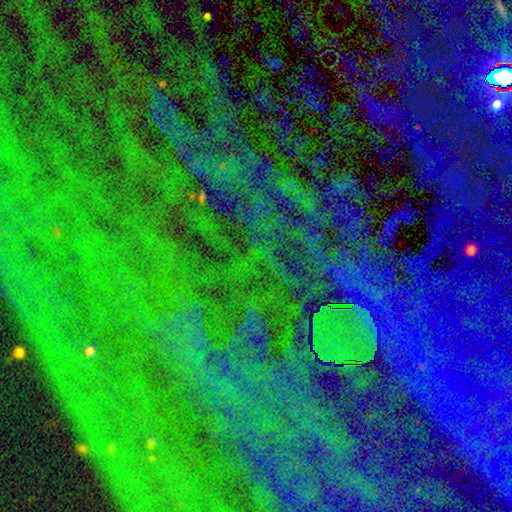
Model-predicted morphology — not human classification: The model was most divided on "smooth or featured": star or artifact: 86%, smooth: 7%, featured or disk: 7%.